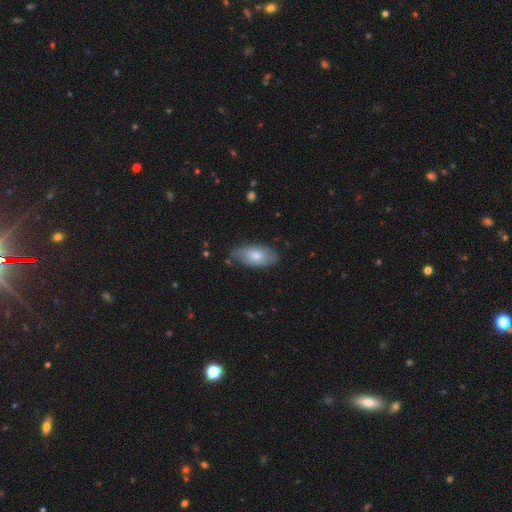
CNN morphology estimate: Q: Smooth or featured?
A: smooth (69%); runner-up: featured or disk (26%)
Q: How rounded?
A: in between (92%); runner-up: cigar-shaped (5%)
Q: Merging?
A: none (64%); runner-up: minor disturbance (28%)